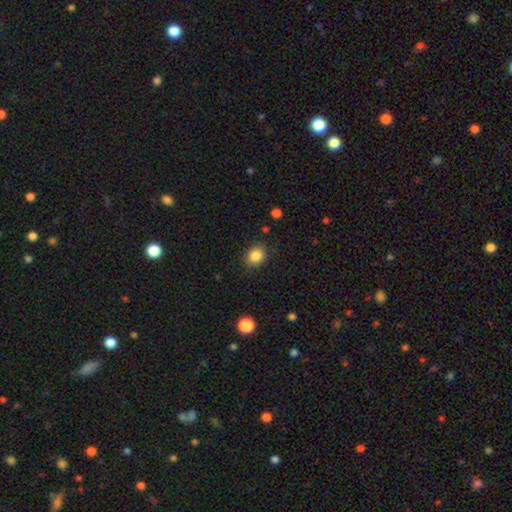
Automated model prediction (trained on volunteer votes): This is clearly a smooth galaxy (86%). How rounded: likely round (60%). Merging: clearly none (86%).